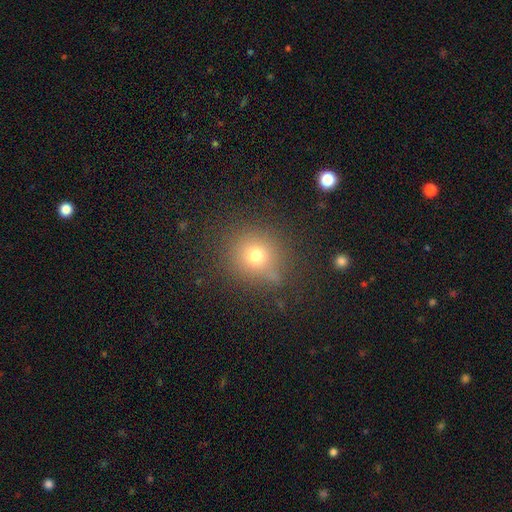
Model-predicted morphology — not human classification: Smooth or featured? smooth (69%)
How rounded? round (88%)
Merging? none (78%)